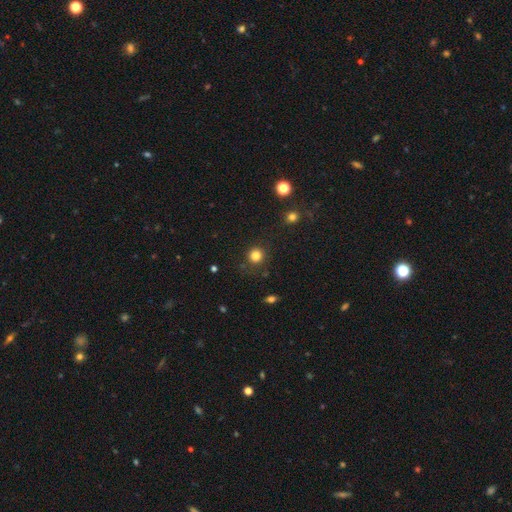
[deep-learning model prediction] Smooth or featured: smooth — 82% (star or artifact — 13%)
How rounded: round — 92% (in between — 7%)
Merging: none — 86% (minor disturbance — 9%)